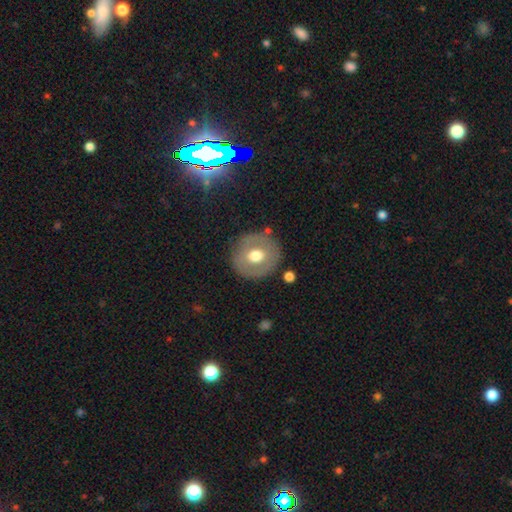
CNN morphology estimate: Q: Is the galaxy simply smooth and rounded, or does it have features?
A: smooth — 55%.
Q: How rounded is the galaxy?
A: round — 86%.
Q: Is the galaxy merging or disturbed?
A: none — 83%.